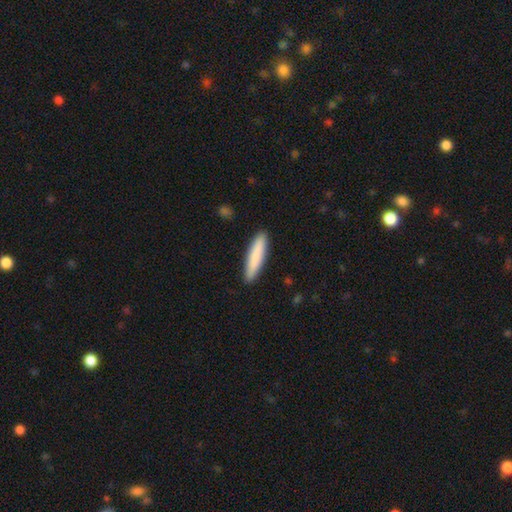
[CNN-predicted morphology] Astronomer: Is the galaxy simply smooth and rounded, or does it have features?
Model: smooth — 84%.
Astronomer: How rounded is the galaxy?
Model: cigar-shaped — 85%.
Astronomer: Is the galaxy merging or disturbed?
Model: none — 91%.